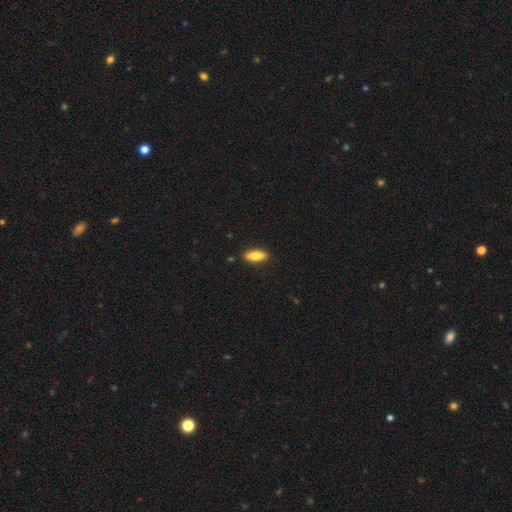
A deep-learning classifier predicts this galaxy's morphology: smooth 79%, featured or disk 15%, star or artifact 6%. Down the decision tree: how rounded — in between (69%); merging — none (88%).